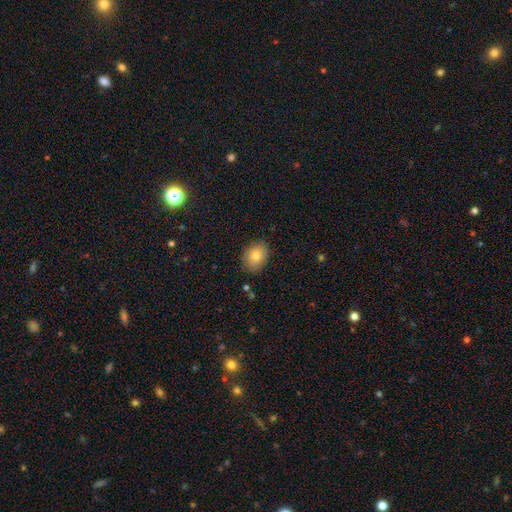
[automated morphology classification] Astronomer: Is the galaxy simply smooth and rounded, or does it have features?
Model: smooth — 81%.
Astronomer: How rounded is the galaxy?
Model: in between — 65%.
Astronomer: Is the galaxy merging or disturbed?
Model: none — 86%.